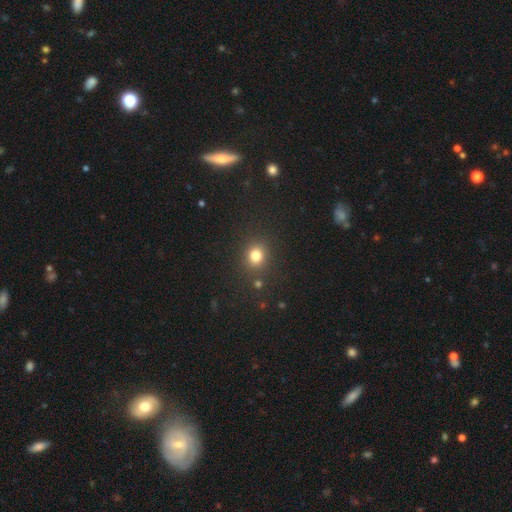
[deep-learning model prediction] Smooth or featured: smooth — 79% (star or artifact — 16%)
How rounded: round — 77% (in between — 22%)
Merging: none — 83% (minor disturbance — 9%)